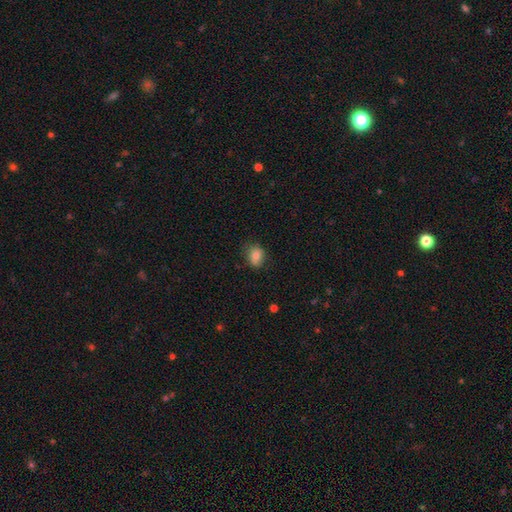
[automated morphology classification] Smooth or featured? smooth (81%)
How rounded? in between (61%)
Merging? none (73%)